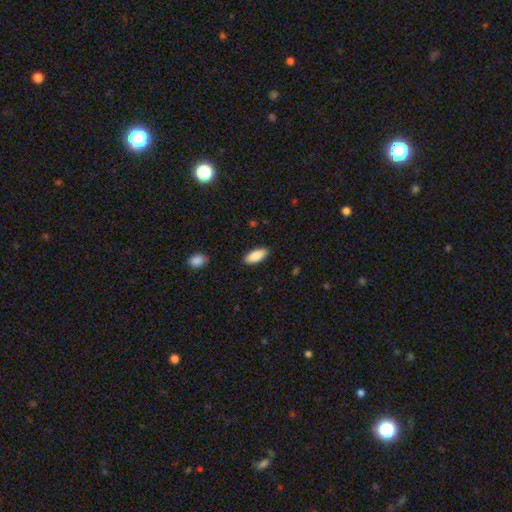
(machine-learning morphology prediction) smooth-or-featured: smooth: 87% | featured or disk: 7% | star or artifact: 6%
  how-rounded: in between: 84% | cigar-shaped: 14% | round: 2%
  merging: none: 88% | minor disturbance: 9% | major disturbance: 2% | merger: 1%